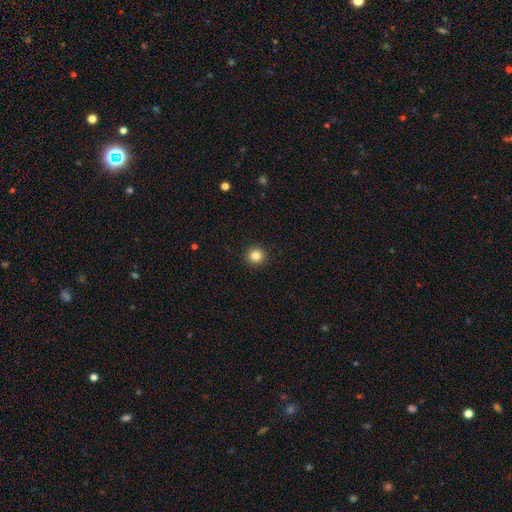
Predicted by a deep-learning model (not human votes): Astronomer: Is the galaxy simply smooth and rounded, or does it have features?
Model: smooth — 84%.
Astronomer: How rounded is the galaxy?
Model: round — 95%.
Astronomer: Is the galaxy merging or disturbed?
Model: none — 93%.